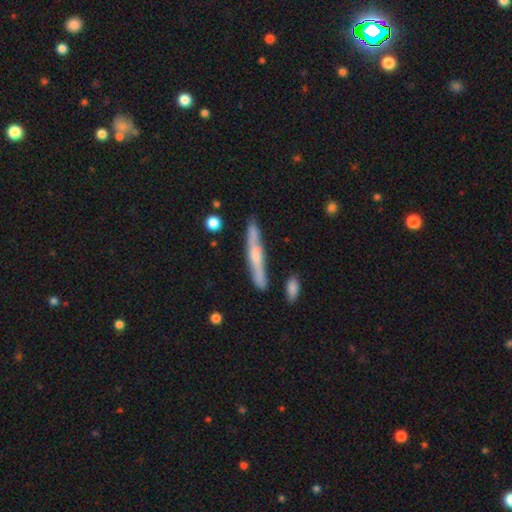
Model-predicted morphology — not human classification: The model was most divided on "smooth or featured": featured or disk: 58%, smooth: 33%, star or artifact: 8%. More confident: edge-on disk — yes (91%); merging — none (79%); edge-on bulge — rounded (70%).